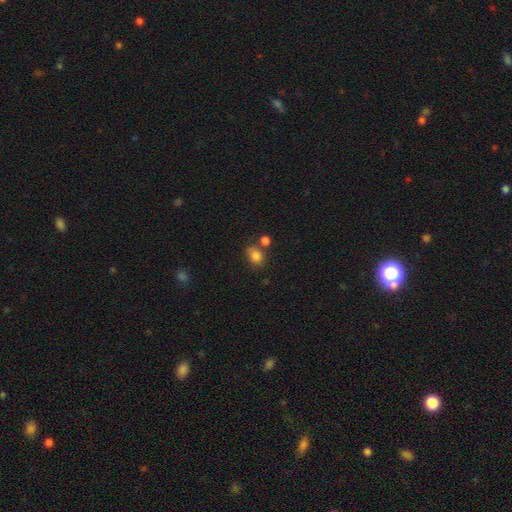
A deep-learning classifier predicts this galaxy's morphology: Smooth or featured? Predicted: smooth (p=0.84). How rounded? Predicted: in between (p=0.52). Merging? Predicted: none (p=0.63).